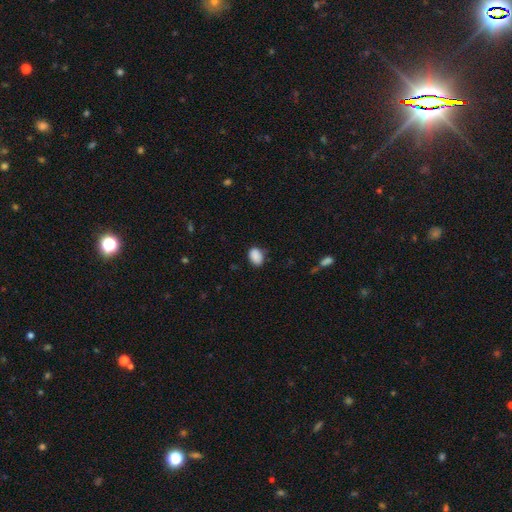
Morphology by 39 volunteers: This appears to be a smooth galaxy with no disk features (95%) that is in between round and cigar-shaped (81%). Merging: none (71%).